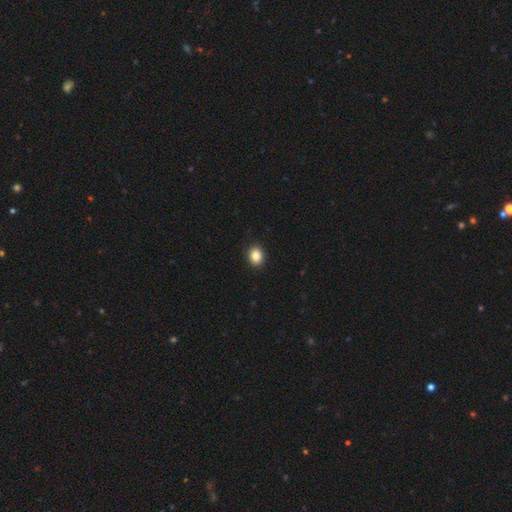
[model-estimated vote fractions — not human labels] smooth 86%, star or artifact 10%, featured or disk 5%. Down the decision tree: how rounded — round (61%); merging — none (91%).